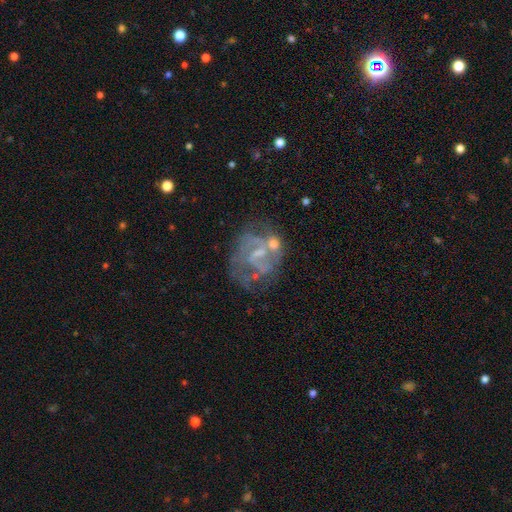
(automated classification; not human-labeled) The model was most divided on "bar": weak: 44%, no: 43%, strong: 13%. Remaining: edge-on disk — no (98%); smooth or featured — featured or disk (74%); spiral arms — yes (60%); bulge size — small (40%); merging — none (39%).